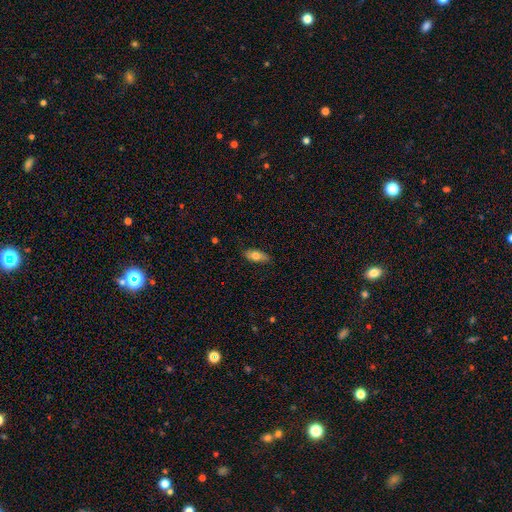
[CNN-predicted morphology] type=smooth (72%); roundness=in between (82%); merging=none (84%).